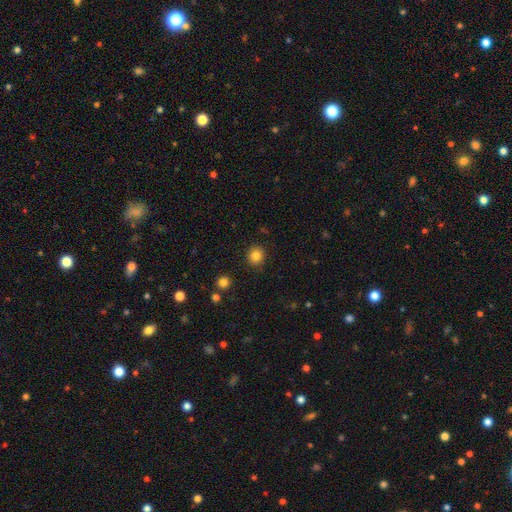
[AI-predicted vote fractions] Smooth or featured: smooth — 84% (star or artifact — 11%)
How rounded: round — 85% (in between — 14%)
Merging: none — 91% (minor disturbance — 6%)